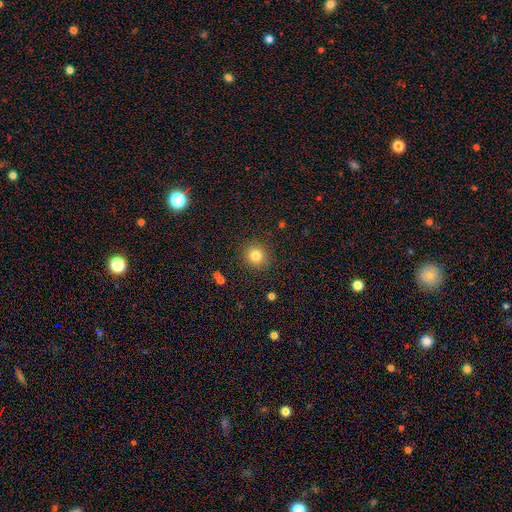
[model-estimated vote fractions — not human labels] A smooth galaxy with no disk features (81%) that is round (91%). Merging: none (90%).